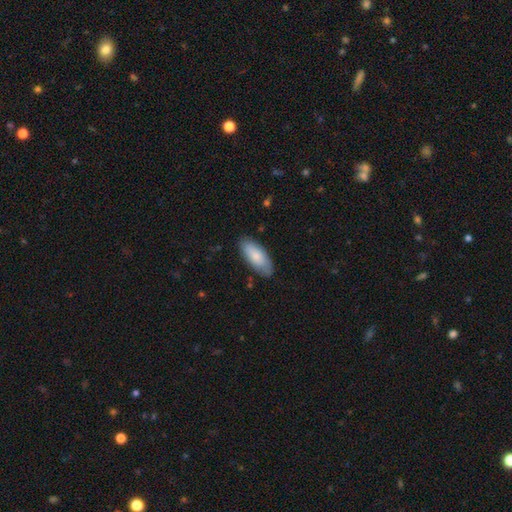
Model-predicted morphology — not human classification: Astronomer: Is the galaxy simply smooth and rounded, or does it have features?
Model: smooth — 80%.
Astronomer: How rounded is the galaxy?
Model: in between — 83%.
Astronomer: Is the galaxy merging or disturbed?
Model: none — 82%.